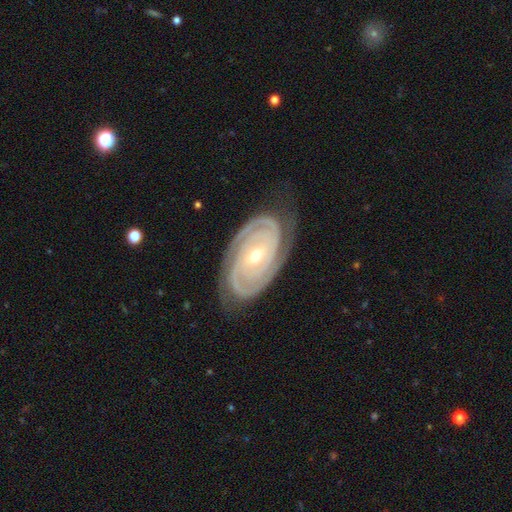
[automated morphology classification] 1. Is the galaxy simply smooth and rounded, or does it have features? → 92% featured or disk, 4% star or artifact, 4% smooth.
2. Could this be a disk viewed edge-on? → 96% no, 4% yes.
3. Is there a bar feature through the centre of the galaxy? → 60% no, 25% weak, 15% strong.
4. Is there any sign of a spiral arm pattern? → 98% yes, 2% no.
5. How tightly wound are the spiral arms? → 84% tight, 14% medium, 2% loose.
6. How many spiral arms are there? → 76% 2, 9% 3, 7% can't tell, 3% 4, 2% more than 4, 2% 1.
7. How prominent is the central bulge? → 57% small, 41% moderate, 1% large, 1% none, 1% dominant.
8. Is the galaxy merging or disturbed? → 80% none, 15% minor disturbance, 5% major disturbance, 1% merger.